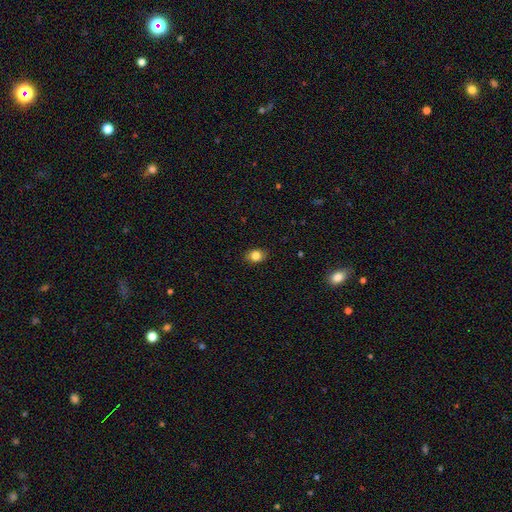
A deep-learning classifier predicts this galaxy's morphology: A smooth galaxy with no disk features (83%) that is in between round and cigar-shaped (60%).

Vote fractions:
- Smooth or featured? smooth: 83% / star or artifact: 10% / featured or disk: 7%
- How rounded? in between: 60% / round: 39% / cigar-shaped: 1%
- Merging? none: 87% / minor disturbance: 10% / major disturbance: 2% / merger: 1%